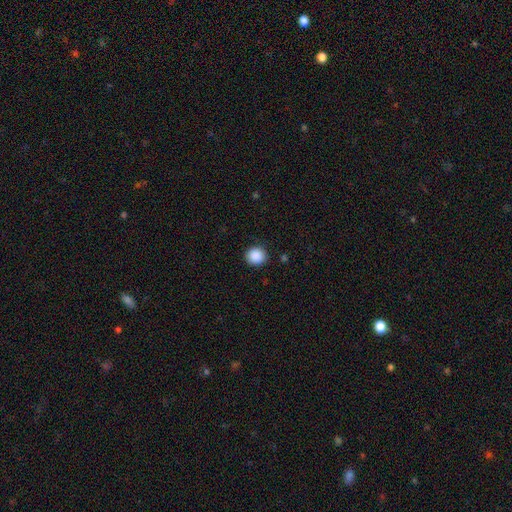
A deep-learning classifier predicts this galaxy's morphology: smooth-or-featured: smooth: 89% | star or artifact: 9% | featured or disk: 2%
  how-rounded: round: 88% | in between: 11% | cigar-shaped: 1%
  merging: none: 90% | minor disturbance: 7% | major disturbance: 2% | merger: 1%